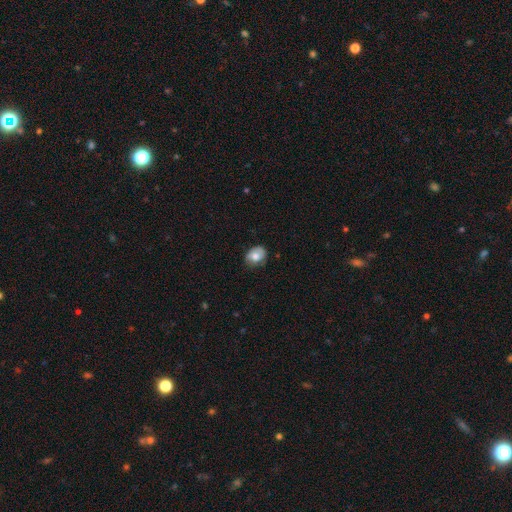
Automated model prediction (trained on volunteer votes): This is likely a smooth galaxy (73%). How rounded: likely in between (60%). Merging: likely none (63%).